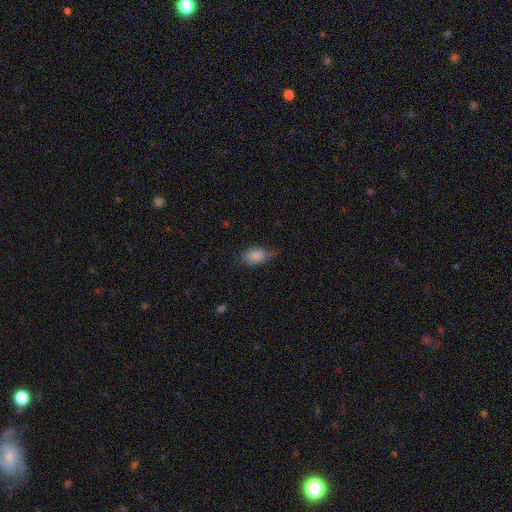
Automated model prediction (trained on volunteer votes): Smooth or featured? Predicted: smooth (p=0.82). How rounded? Predicted: in between (p=0.88). Merging? Predicted: none (p=0.54).